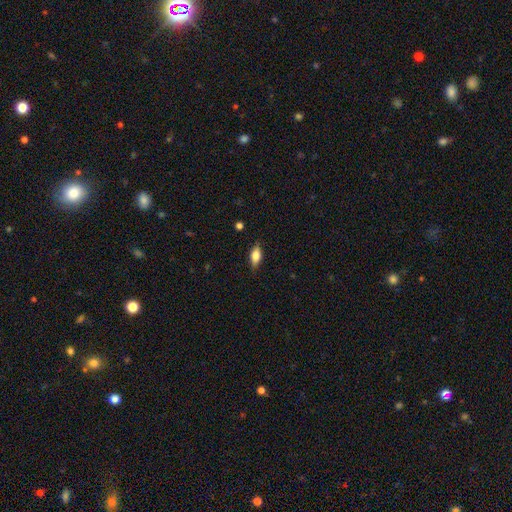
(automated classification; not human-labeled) Smooth or featured? smooth (66%)
How rounded? in between (80%)
Merging? none (83%)